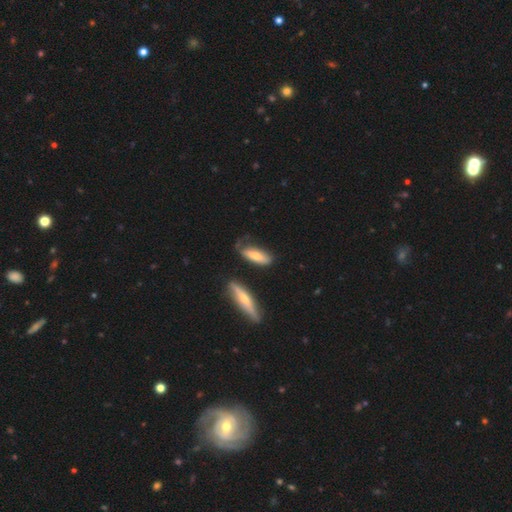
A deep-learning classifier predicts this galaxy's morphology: A smooth galaxy with no disk features (64%) that is in between round and cigar-shaped (59%). Merging: none (53%).